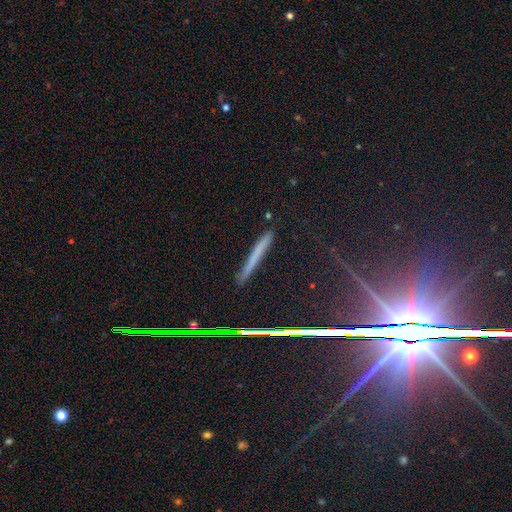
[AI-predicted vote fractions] The model was most divided on "smooth or featured": smooth: 47%, featured or disk: 33%, star or artifact: 20%. More confident: merging — none (86%).